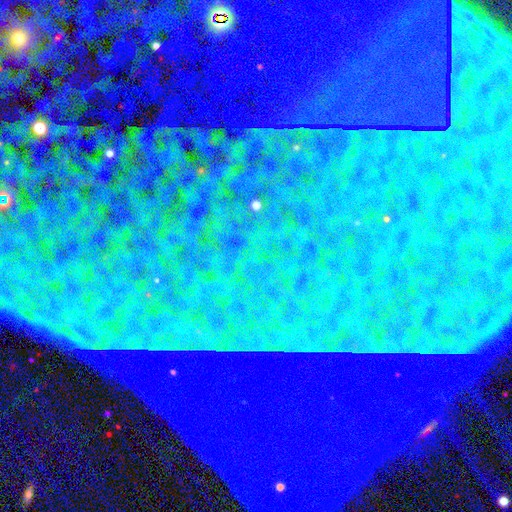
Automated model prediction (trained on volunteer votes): Smooth or featured? star or artifact (88%)